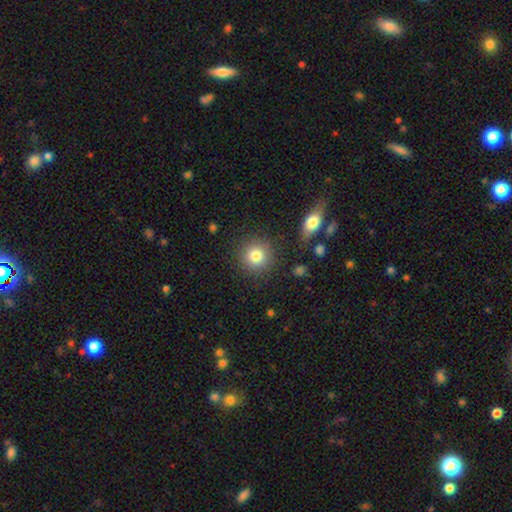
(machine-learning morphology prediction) Overall: smooth (82%). How rounded: round (92%). Merging: none (86%).